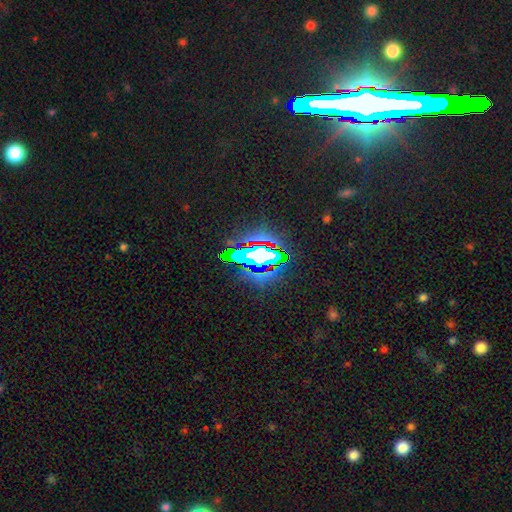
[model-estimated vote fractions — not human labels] Smooth or featured? star or artifact (69%)